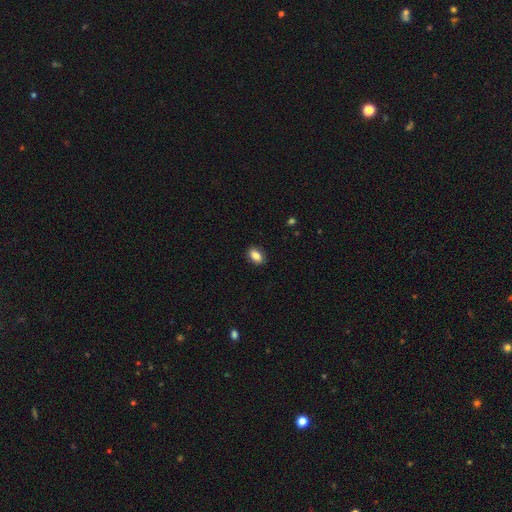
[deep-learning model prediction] A smooth galaxy with no disk features (86%) that is in between round and cigar-shaped (86%).

Vote fractions:
- Smooth or featured? smooth: 86% / star or artifact: 8% / featured or disk: 6%
- How rounded? in between: 86% / round: 12% / cigar-shaped: 2%
- Merging? none: 89% / minor disturbance: 8% / major disturbance: 2% / merger: 1%